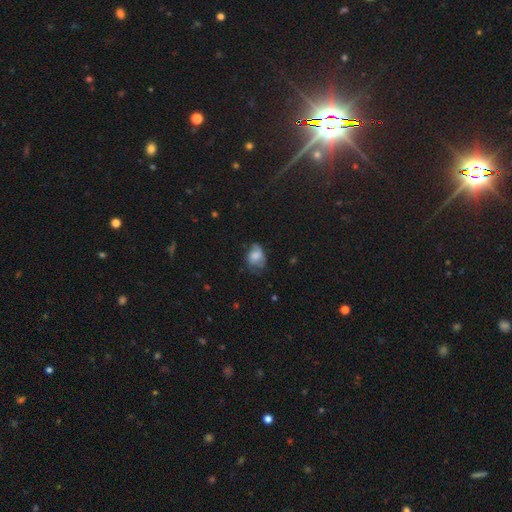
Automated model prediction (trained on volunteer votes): Smooth or featured? Predicted: smooth (p=0.55). How rounded? Predicted: in between (p=0.68). Merging? Predicted: none (p=0.44).